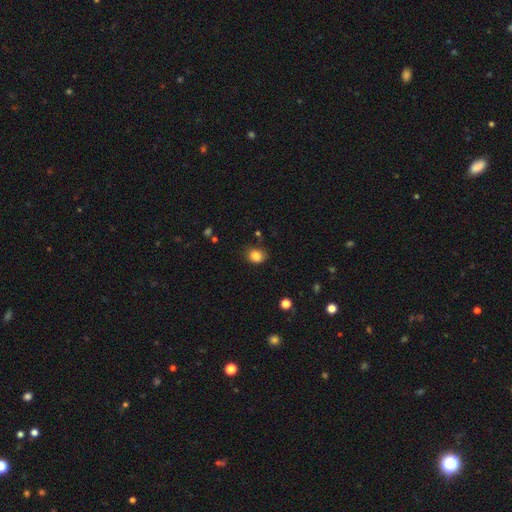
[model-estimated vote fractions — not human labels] Q: Smooth or featured?
A: smooth (84%); runner-up: star or artifact (11%)
Q: How rounded?
A: round (57%); runner-up: in between (43%)
Q: Merging?
A: none (75%); runner-up: minor disturbance (19%)